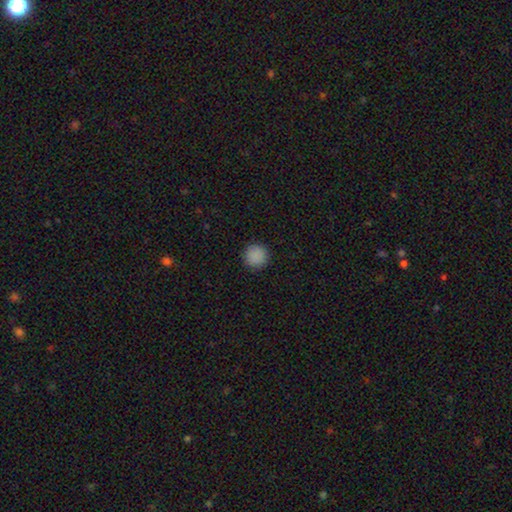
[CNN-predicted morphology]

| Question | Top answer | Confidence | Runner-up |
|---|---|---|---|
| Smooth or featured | smooth | 88% | star or artifact (10%) |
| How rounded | round | 95% | in between (4%) |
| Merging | none | 92% | minor disturbance (5%) |